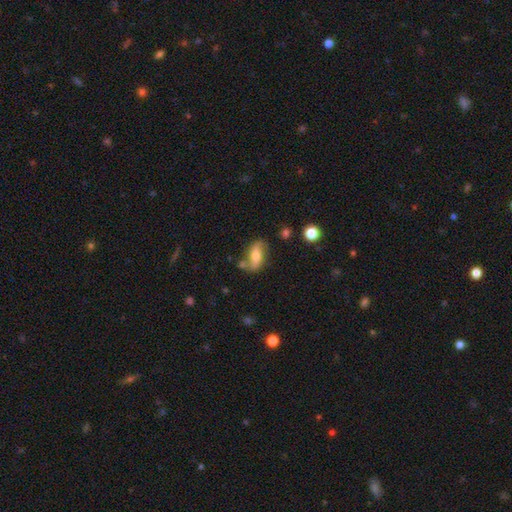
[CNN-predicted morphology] Smooth or featured? featured or disk (57%)
Edge-on disk? no (86%)
Merging? none (65%)